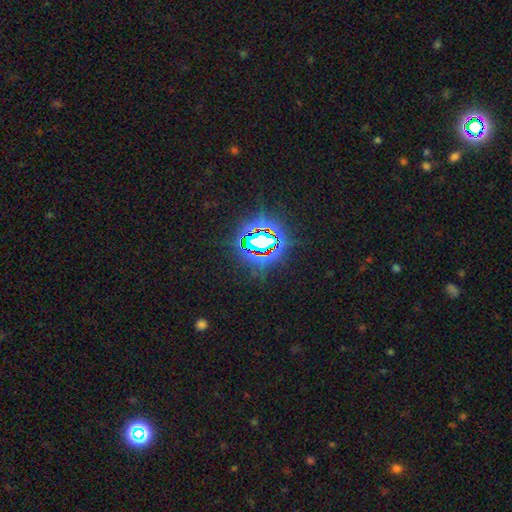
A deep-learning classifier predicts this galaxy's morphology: Smooth or featured?
  - star or artifact: 83% *
  - smooth: 11%
  - featured or disk: 6%